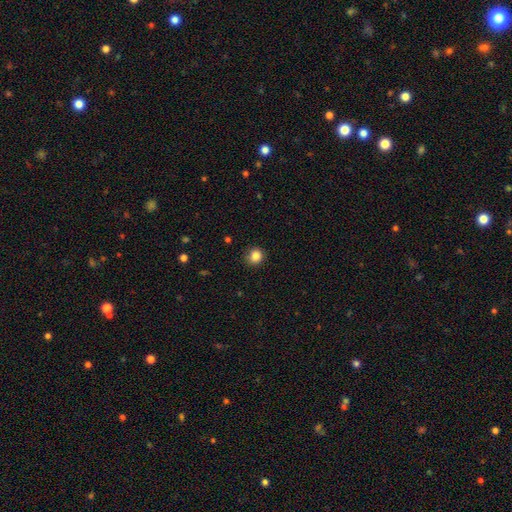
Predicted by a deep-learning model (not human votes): A smooth galaxy with no disk features (85%) that is round (89%). Merging: none (88%).